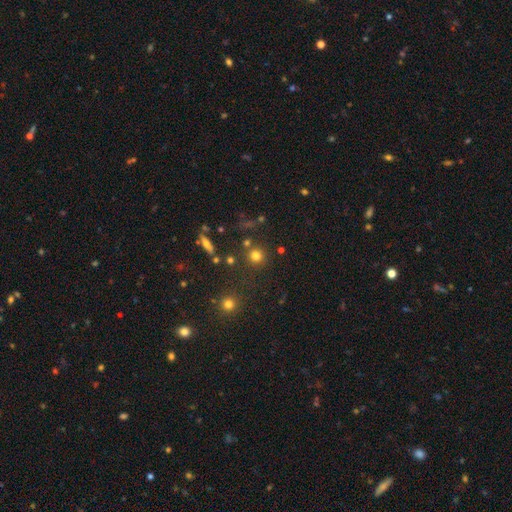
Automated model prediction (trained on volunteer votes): Smooth or featured? smooth (75%)
How rounded? round (92%)
Merging? none (81%)